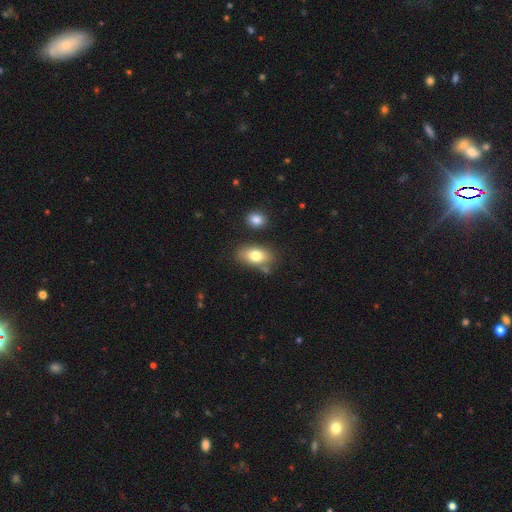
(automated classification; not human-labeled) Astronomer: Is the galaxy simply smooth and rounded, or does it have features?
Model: smooth — 78%.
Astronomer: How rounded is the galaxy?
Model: in between — 88%.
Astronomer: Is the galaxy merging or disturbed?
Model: none — 69%.